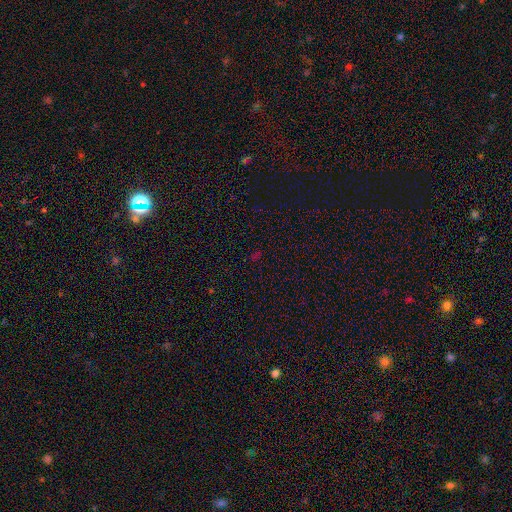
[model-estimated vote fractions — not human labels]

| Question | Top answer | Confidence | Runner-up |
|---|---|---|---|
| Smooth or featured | star or artifact | 61% | smooth (32%) |